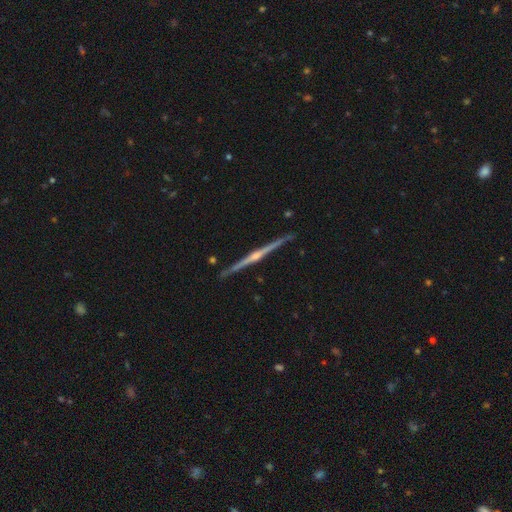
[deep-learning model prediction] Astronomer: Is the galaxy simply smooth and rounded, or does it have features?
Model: featured or disk — 88%.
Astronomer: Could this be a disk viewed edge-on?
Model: yes — 99%.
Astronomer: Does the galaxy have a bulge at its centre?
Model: rounded — 86%.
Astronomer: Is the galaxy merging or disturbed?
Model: none — 91%.